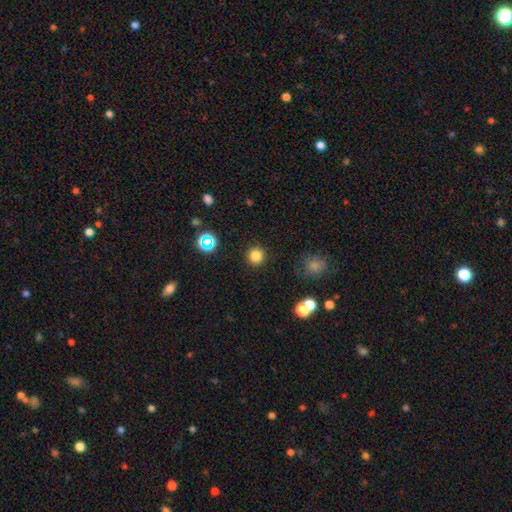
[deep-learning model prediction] A smooth galaxy with no disk features (80%) that is round (95%). Merging: none (89%).